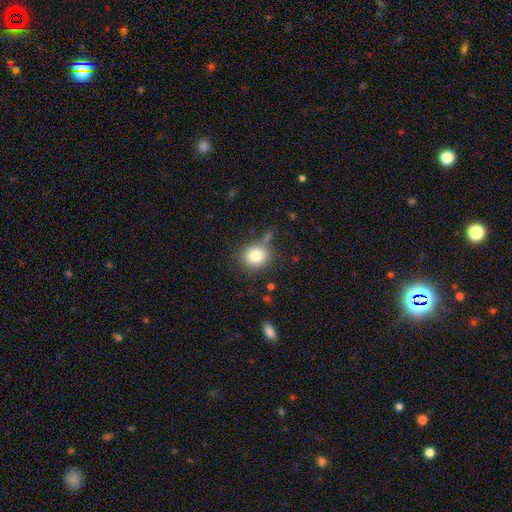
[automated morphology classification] A smooth galaxy with no disk features (81%) that is round (80%).

Vote fractions:
- Smooth or featured? smooth: 81% / star or artifact: 10% / featured or disk: 9%
- How rounded? round: 80% / in between: 19% / cigar-shaped: 1%
- Merging? none: 71% / minor disturbance: 15% / merger: 8% / major disturbance: 5%